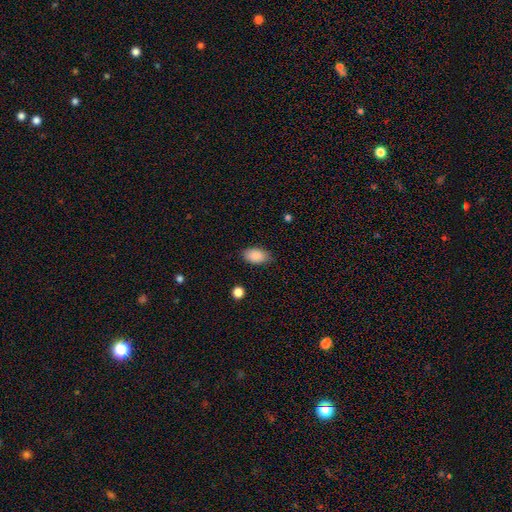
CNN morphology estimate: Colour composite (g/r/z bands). It shows a smooth galaxy with no disk features (88%) that is in between round and cigar-shaped (93%). Merging: none (81%).